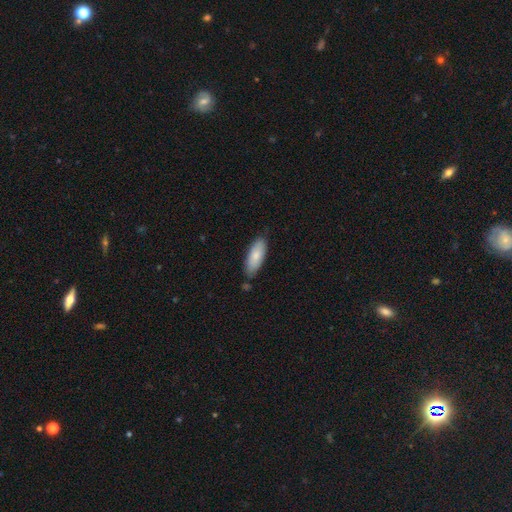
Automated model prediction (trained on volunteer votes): Smooth or featured: smooth — 82% (featured or disk — 12%)
How rounded: in between — 73% (cigar-shaped — 25%)
Merging: none — 78% (minor disturbance — 16%)